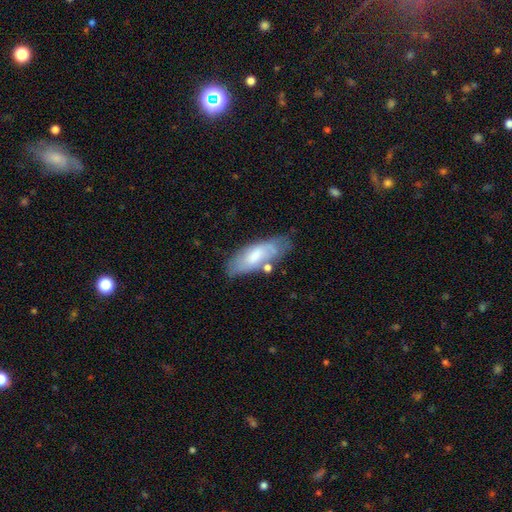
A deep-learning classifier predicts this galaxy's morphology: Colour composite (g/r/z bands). It shows a smooth galaxy with no disk features (57%) that is in between round and cigar-shaped (76%). Merging: none (60%).